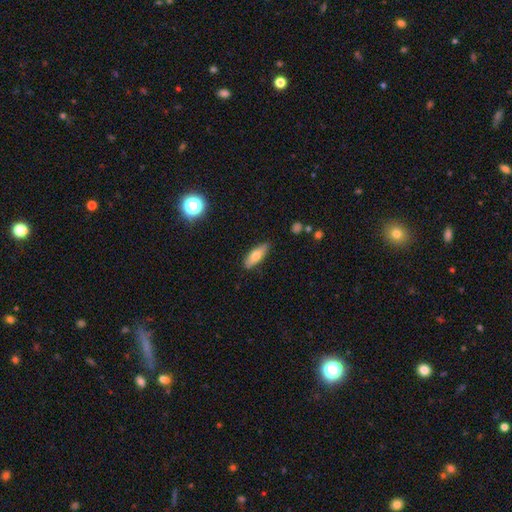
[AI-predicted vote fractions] Overall: smooth (69%). How rounded: in between (60%; cigar-shaped 38%). Merging: none (85%).